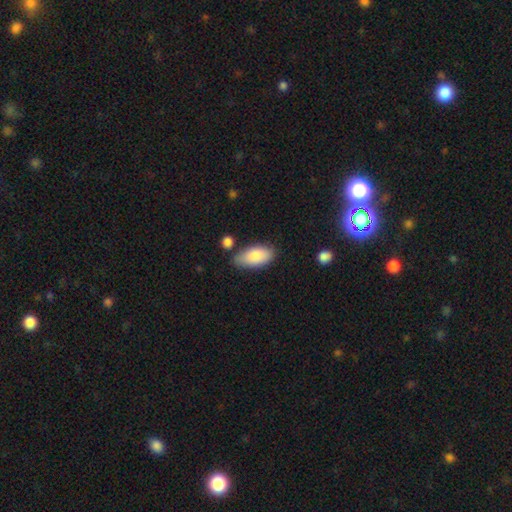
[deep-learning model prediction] This is clearly a smooth galaxy (84%). How rounded: clearly in between (91%). Merging: likely none (72%).